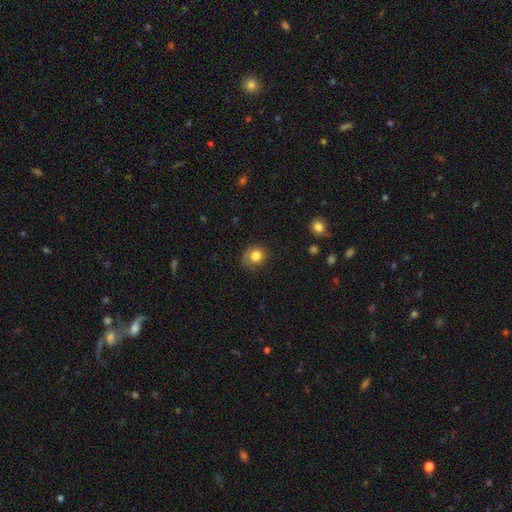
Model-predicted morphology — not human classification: Smooth or featured?
  - smooth: 81% *
  - star or artifact: 10%
  - featured or disk: 8%
How rounded?
  - round: 78% *
  - in between: 21%
  - cigar-shaped: 1%
Merging?
  - none: 68% *
  - minor disturbance: 24%
  - major disturbance: 7%
  - merger: 2%